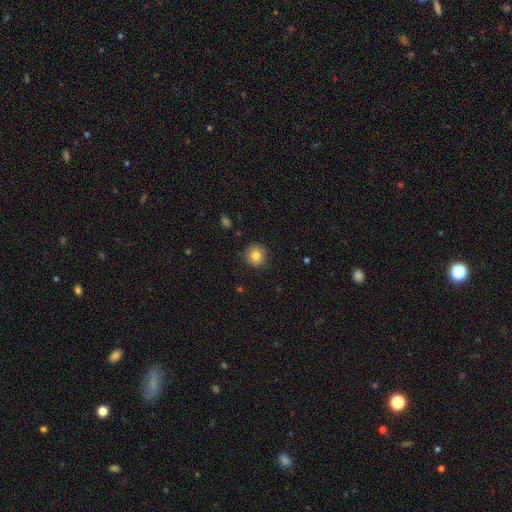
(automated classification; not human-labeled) Smooth or featured? Predicted: smooth (p=0.82). How rounded? Predicted: round (p=0.94). Merging? Predicted: none (p=0.89).